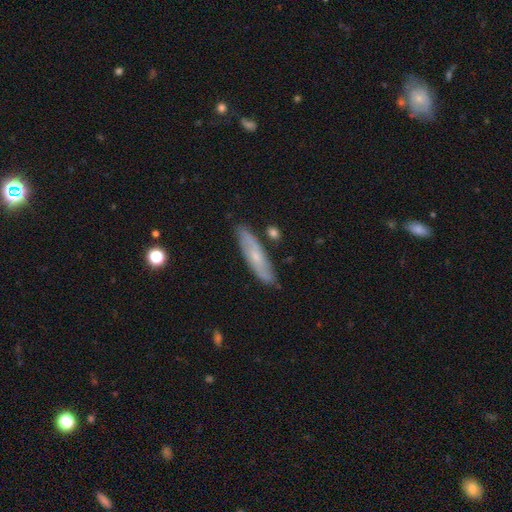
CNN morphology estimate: Smooth or featured? featured or disk (55%)
Edge-on disk? no (58%)
Merging? none (82%)